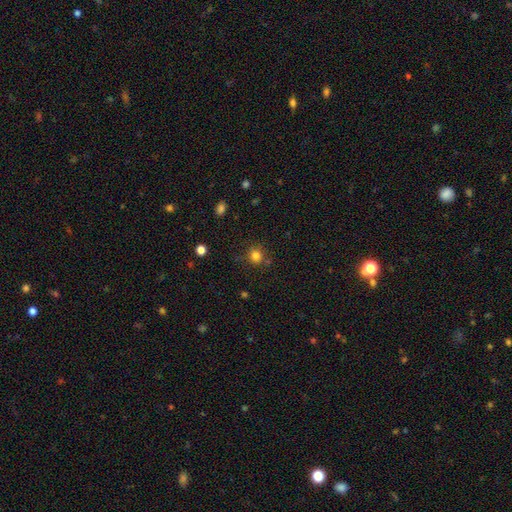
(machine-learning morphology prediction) Overall: smooth (81%). How rounded: round (89%). Merging: none (79%).